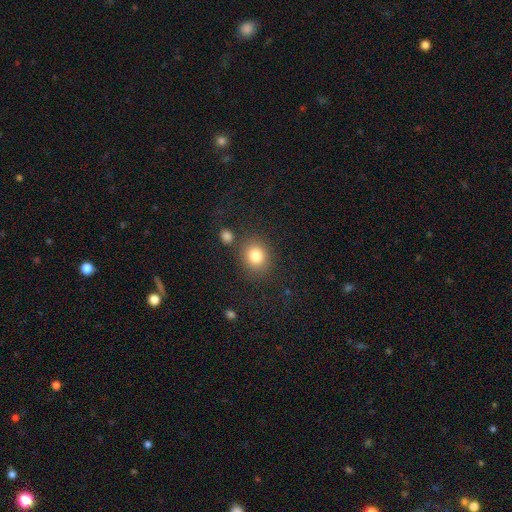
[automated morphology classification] The model was most divided on "how rounded": round: 70%, in between: 30%, cigar-shaped: 1%. More confident: smooth or featured — smooth (83%); merging — none (78%).